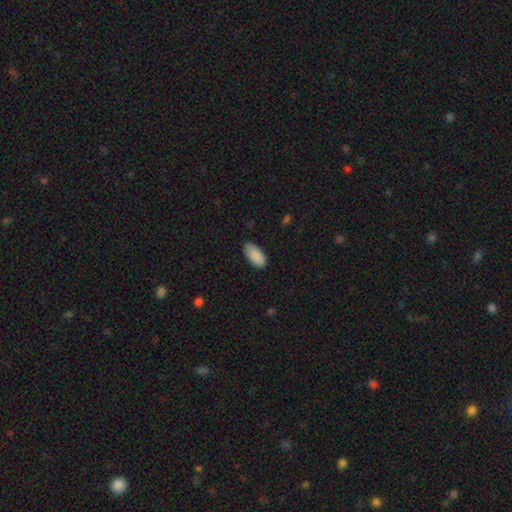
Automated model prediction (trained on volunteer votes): Q: Smooth or featured?
A: smooth (90%); runner-up: star or artifact (6%)
Q: How rounded?
A: in between (93%); runner-up: cigar-shaped (5%)
Q: Merging?
A: none (81%); runner-up: minor disturbance (16%)